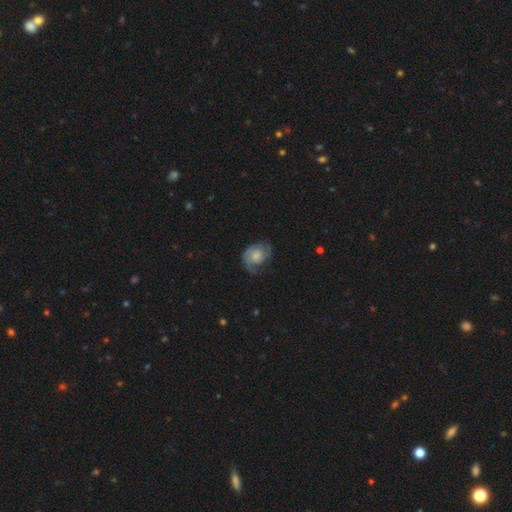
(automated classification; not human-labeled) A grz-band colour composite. It shows a featured or disk galaxy (63%) with no bar (74%), 2 (50%) tight (41%) spiral arms (88%) and a moderate central bulge (41%). Merging: none (54%).